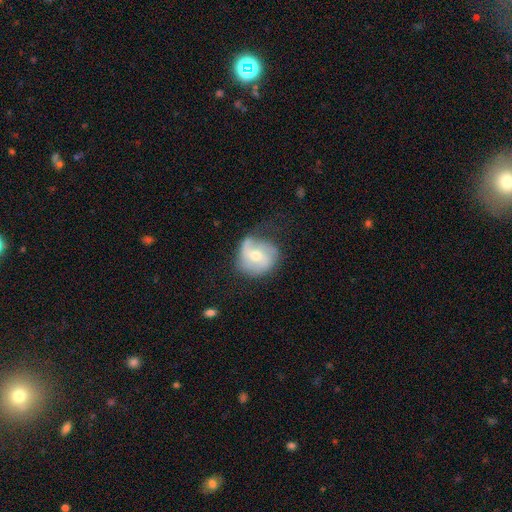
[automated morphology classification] Smooth or featured? Predicted: featured or disk (p=0.60). Edge-on disk? Predicted: no (p=0.97). Bar? Predicted: no (p=0.53). Spiral arms? Predicted: yes (p=0.82). Bulge size? Predicted: moderate (p=0.63). Merging? Predicted: none (p=0.52).